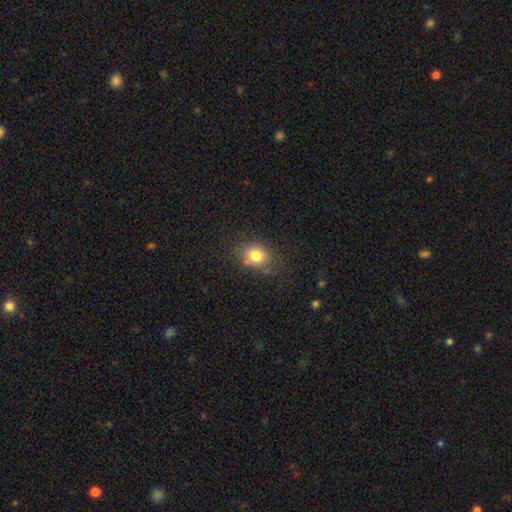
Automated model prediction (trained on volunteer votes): Q: Smooth or featured?
A: smooth (79%); runner-up: star or artifact (11%)
Q: How rounded?
A: round (50%); runner-up: in between (49%)
Q: Merging?
A: none (72%); runner-up: minor disturbance (18%)